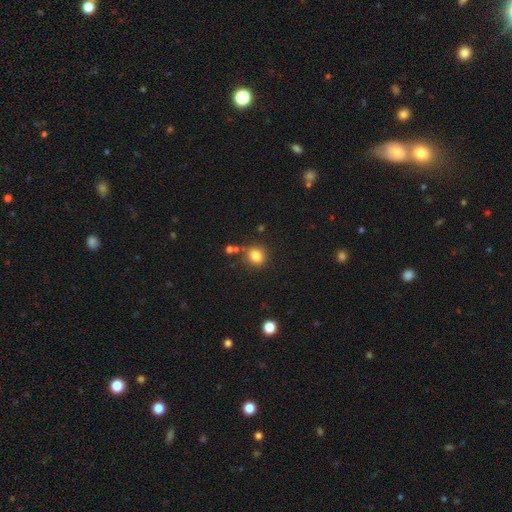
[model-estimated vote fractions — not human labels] A smooth galaxy with no disk features (83%) that is round (80%). Merging: none (76%).